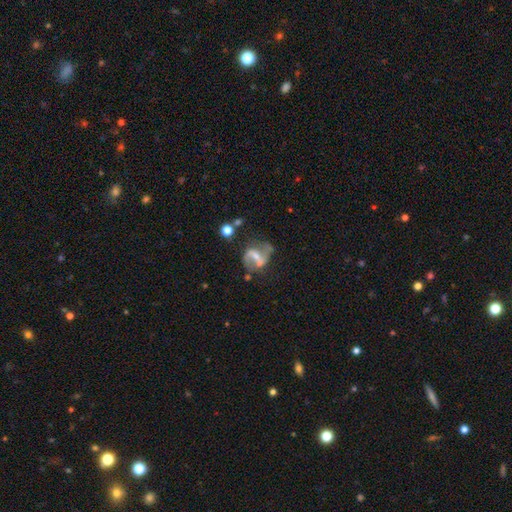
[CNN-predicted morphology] Smooth or featured? featured or disk (79%)
Edge-on disk? no (97%)
Bar? weak (41%)
Spiral arms? yes (87%)
Spiral winding? loose (51%)
Spiral arm count? 2 (87%)
Bulge size? small (49%)
Merging? none (54%)